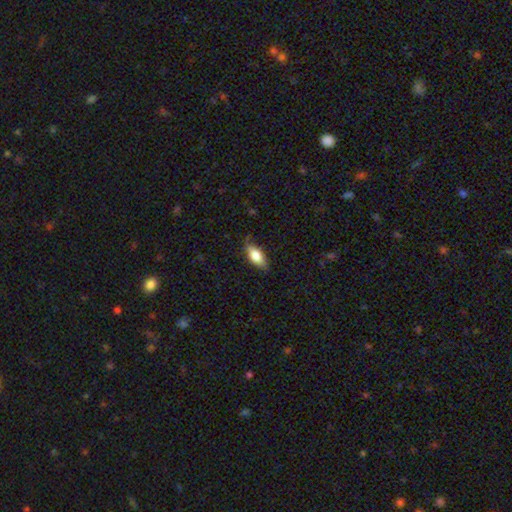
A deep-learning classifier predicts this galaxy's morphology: Smooth or featured?
  - smooth: 68% *
  - featured or disk: 25%
  - star or artifact: 7%
How rounded?
  - in between: 78% *
  - cigar-shaped: 18%
  - round: 3%
Merging?
  - none: 72% *
  - minor disturbance: 22%
  - major disturbance: 5%
  - merger: 1%